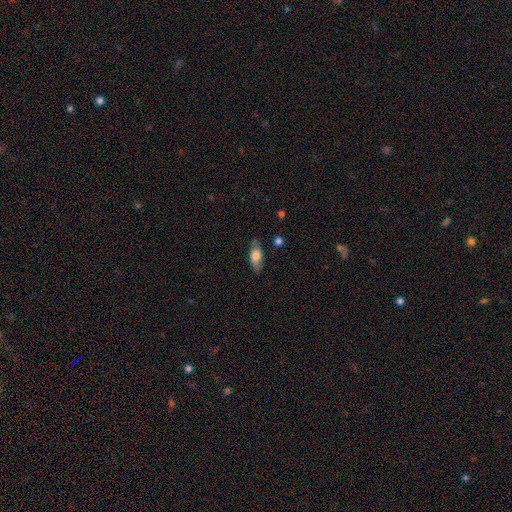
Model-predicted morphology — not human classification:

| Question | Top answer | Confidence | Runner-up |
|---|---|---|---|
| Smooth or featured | smooth | 64% | featured or disk (29%) |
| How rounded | in between | 77% | cigar-shaped (20%) |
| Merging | none | 80% | minor disturbance (15%) |